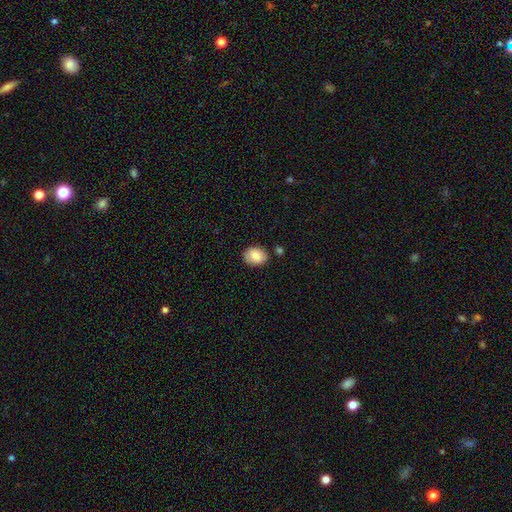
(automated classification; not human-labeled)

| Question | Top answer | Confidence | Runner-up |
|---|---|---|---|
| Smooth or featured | smooth | 85% | featured or disk (8%) |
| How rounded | in between | 64% | round (35%) |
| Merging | none | 81% | minor disturbance (12%) |